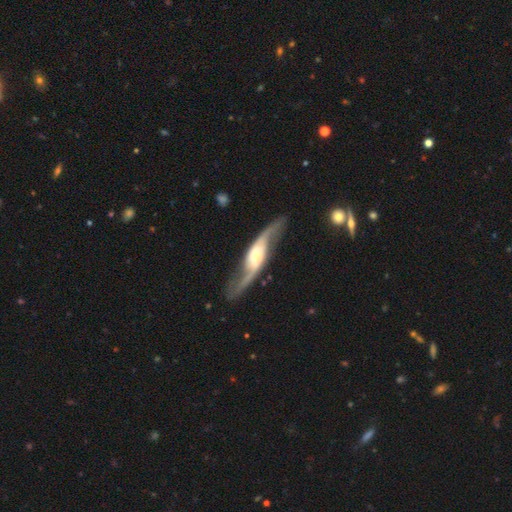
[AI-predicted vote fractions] featured or disk 87%, smooth 9%, star or artifact 4%. Down the decision tree: edge-on disk — no (81%); bar — no (46%); spiral arms — yes (96%); spiral arm count — 2 (93%); spiral winding — loose (76%); bulge size — moderate (38%); merging — none (71%).